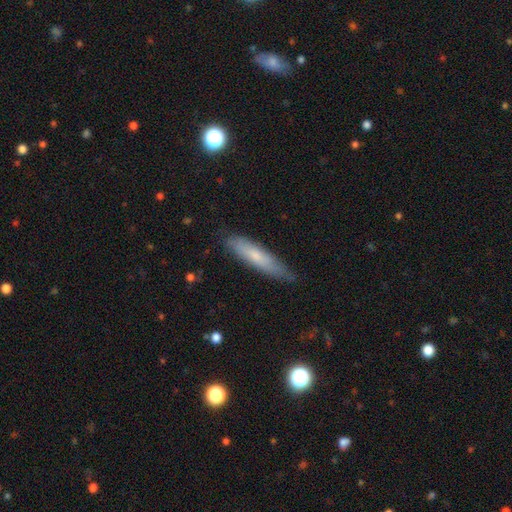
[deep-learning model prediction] smooth_or_featured: smooth (p=0.64) [alt: featured or disk p=0.29]
how_rounded: cigar-shaped (p=0.81) [alt: in between p=0.17]
merging: none (p=0.74) [alt: minor disturbance p=0.21]